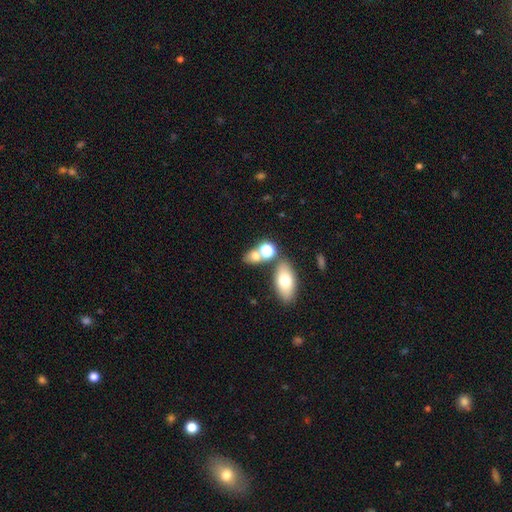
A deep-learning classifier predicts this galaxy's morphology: Smooth or featured?
  - smooth: 70% *
  - featured or disk: 16%
  - star or artifact: 14%
How rounded?
  - in between: 60% *
  - round: 36%
  - cigar-shaped: 4%
Merging?
  - none: 52% *
  - merger: 33%
  - minor disturbance: 10%
  - major disturbance: 5%